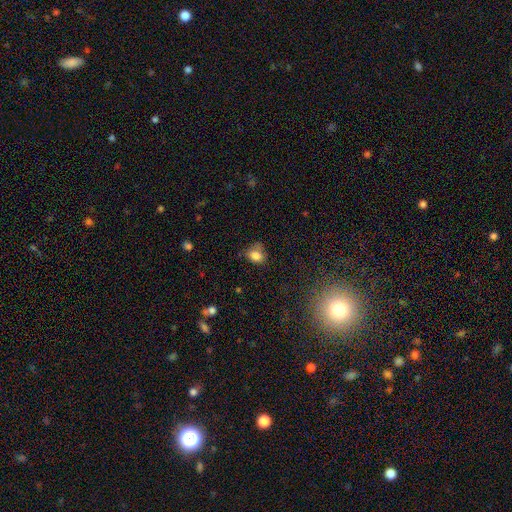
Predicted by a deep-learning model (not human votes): The model was most divided on "how rounded": in between: 53%, round: 46%, cigar-shaped: 1%. Remaining: smooth or featured — smooth (81%); merging — none (49%).